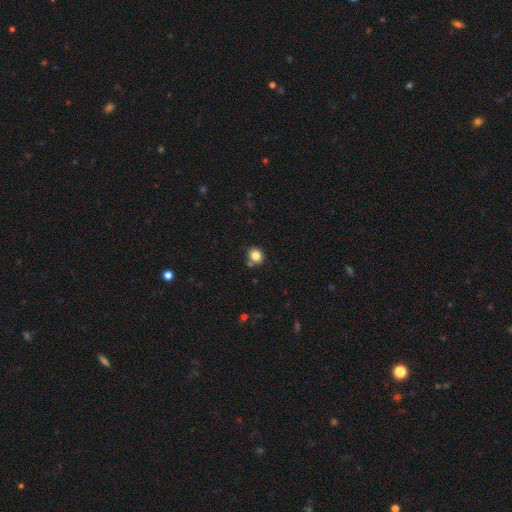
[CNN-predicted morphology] Smooth or featured? Predicted: smooth (p=0.83). How rounded? Predicted: round (p=0.74). Merging? Predicted: none (p=0.75).